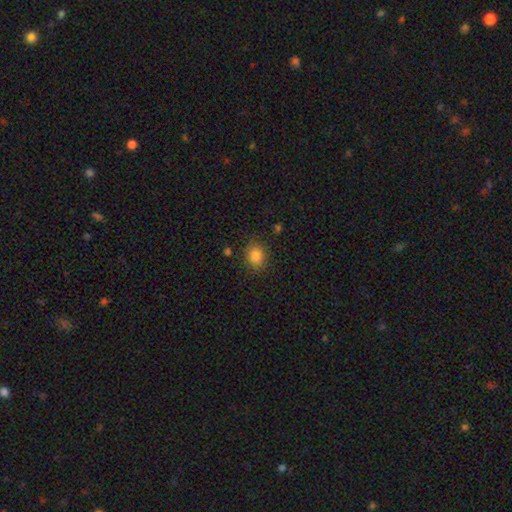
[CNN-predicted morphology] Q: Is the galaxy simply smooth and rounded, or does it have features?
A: smooth — 84%.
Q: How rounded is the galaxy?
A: round — 64%.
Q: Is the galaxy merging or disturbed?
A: none — 82%.